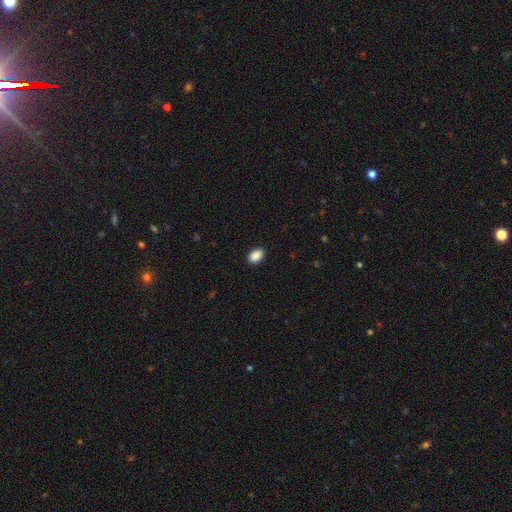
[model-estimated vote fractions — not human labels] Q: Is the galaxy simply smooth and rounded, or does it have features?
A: smooth — 90%.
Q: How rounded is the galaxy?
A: in between — 88%.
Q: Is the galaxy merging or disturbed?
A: none — 88%.